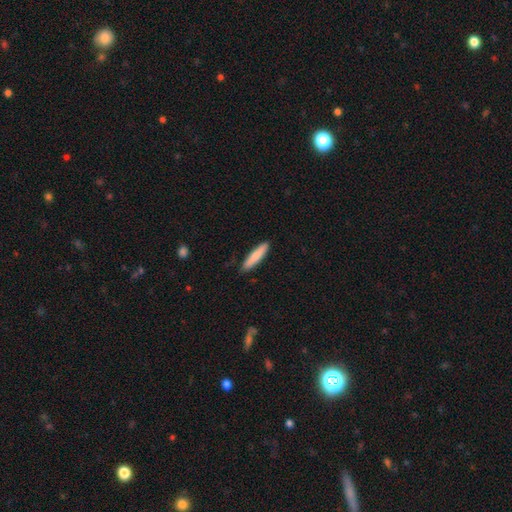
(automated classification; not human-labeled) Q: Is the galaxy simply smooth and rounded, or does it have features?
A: smooth — 81%.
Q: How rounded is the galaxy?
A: cigar-shaped — 82%.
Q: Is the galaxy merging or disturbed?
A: none — 86%.